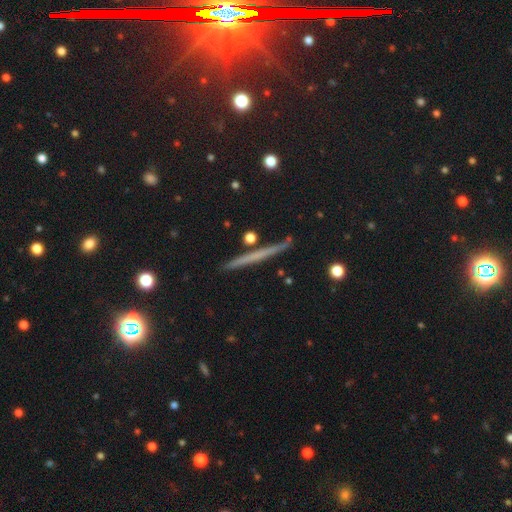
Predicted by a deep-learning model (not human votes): Overall: featured or disk (55%; smooth 34%). Edge-on disk: yes (97%). Edge-on bulge: none (81%). Merging: none (90%).